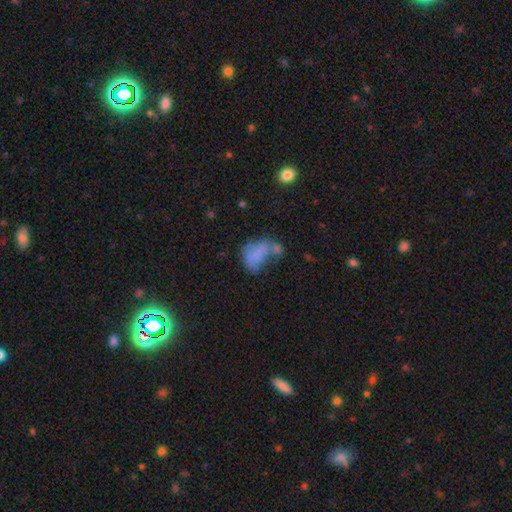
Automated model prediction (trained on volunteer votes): Smooth or featured? smooth (54%)
How rounded? in between (84%)
Merging? major disturbance (32%)